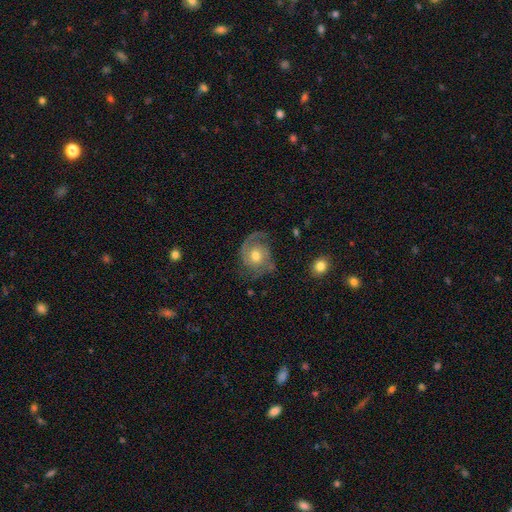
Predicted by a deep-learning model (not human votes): The model was most divided on "spiral winding": medium: 45%, tight: 35%, loose: 19%. More confident: edge-on disk — no (98%); spiral arms — yes (95%); smooth or featured — featured or disk (80%); spiral arm count — 2 (72%); bulge size — moderate (72%); bar — no (70%); merging — none (67%).